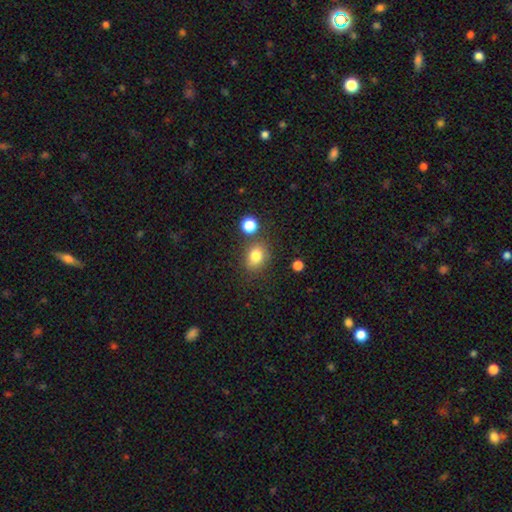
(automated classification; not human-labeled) A smooth galaxy with no disk features (80%) that is round (51%). Merging: none (72%).